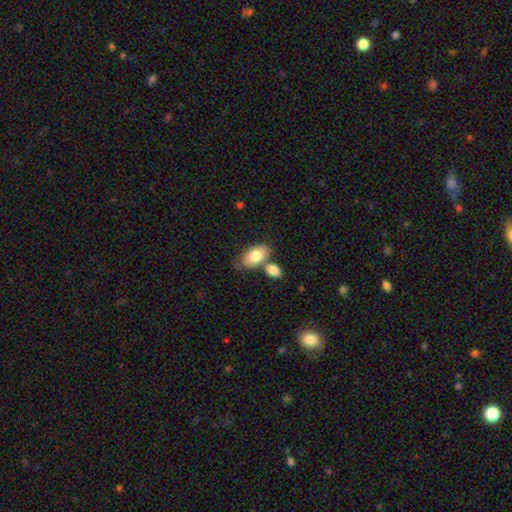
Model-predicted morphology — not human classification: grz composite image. It shows a smooth galaxy with no disk features (78%) that is in between round and cigar-shaped (93%). Merging: none (53%).